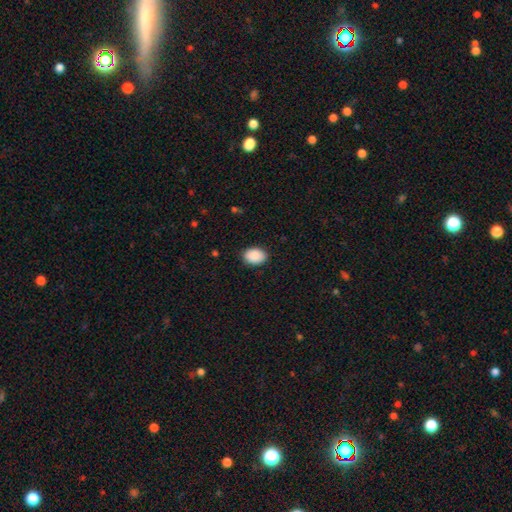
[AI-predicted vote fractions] Overall: smooth (90%). How rounded: in between (75%). Merging: none (87%).